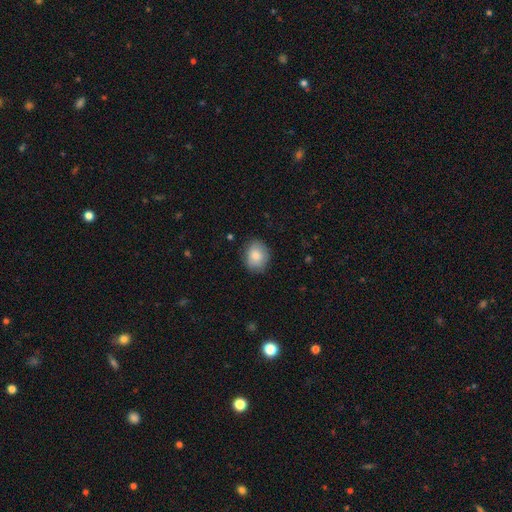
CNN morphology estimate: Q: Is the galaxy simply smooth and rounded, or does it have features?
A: smooth — 83%.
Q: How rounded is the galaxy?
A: round — 51%.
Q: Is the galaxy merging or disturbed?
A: none — 81%.